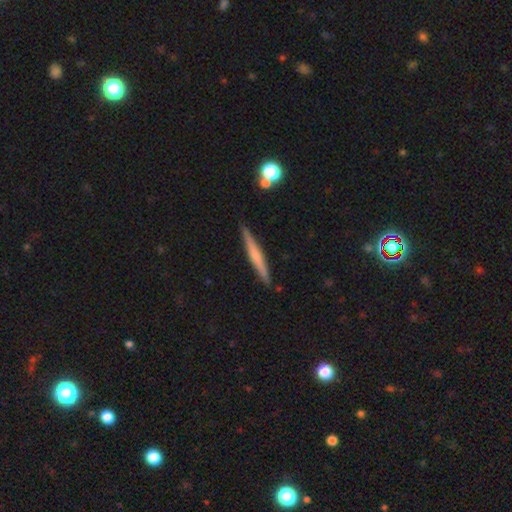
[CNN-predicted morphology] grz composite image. It shows a featured or disk galaxy (50%) viewed edge-on (97%). Merging: none (90%).